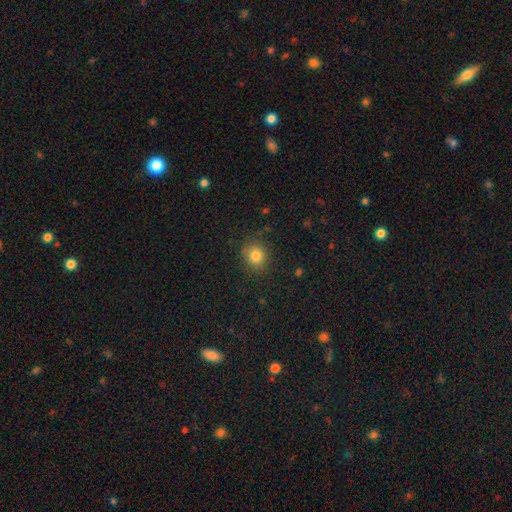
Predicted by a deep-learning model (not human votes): A smooth galaxy with no disk features (81%) that is round (79%).

Vote fractions:
- Smooth or featured? smooth: 81% / star or artifact: 12% / featured or disk: 6%
- How rounded? round: 79% / in between: 20% / cigar-shaped: 1%
- Merging? none: 86% / minor disturbance: 9% / major disturbance: 3% / merger: 1%